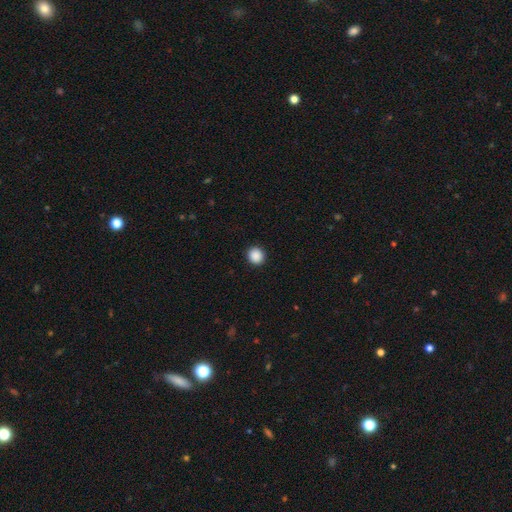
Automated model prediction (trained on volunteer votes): This is clearly a smooth galaxy (89%). How rounded: clearly round (86%). Merging: clearly none (92%).